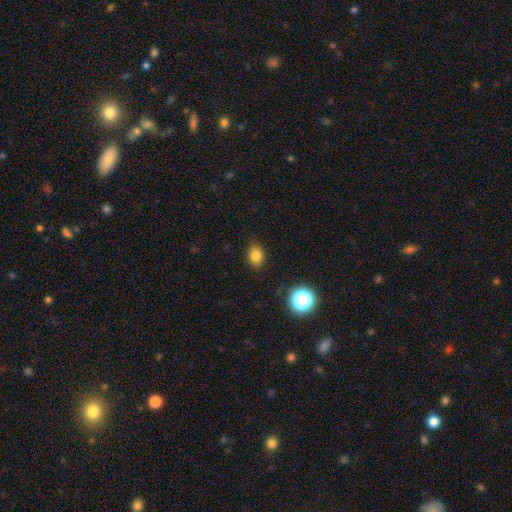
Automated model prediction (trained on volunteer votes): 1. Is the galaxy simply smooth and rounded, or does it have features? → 81% smooth, 13% star or artifact, 6% featured or disk.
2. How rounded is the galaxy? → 67% in between, 32% round, 1% cigar-shaped.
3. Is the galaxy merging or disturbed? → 85% none, 11% minor disturbance, 3% major disturbance, 1% merger.